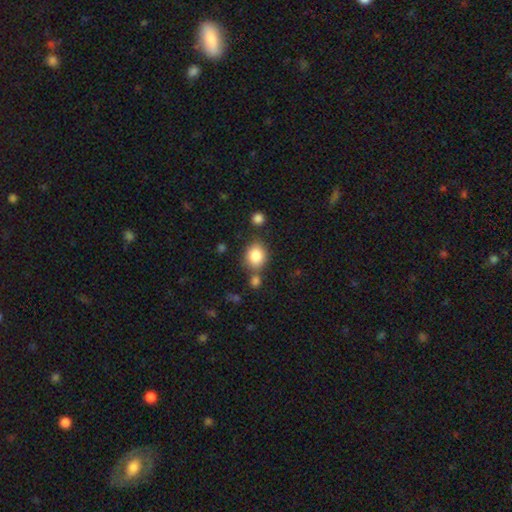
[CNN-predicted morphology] The model was most divided on "how rounded": round: 64%, in between: 35%, cigar-shaped: 1%. More confident: smooth or featured — smooth (84%); merging — none (68%).